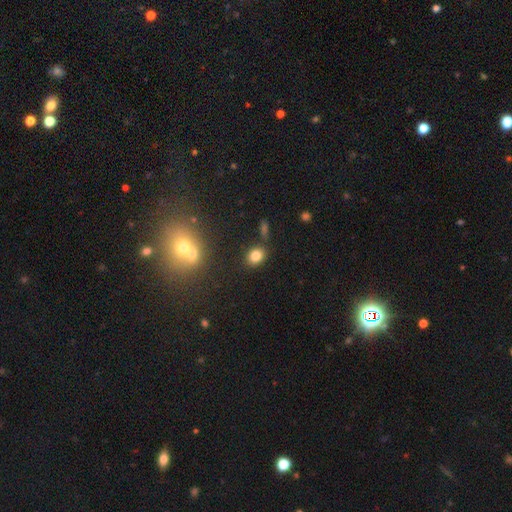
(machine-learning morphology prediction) smooth_or_featured: smooth (p=0.81) [alt: star or artifact p=0.12]
how_rounded: in between (p=0.50) [alt: round p=0.48]
merging: none (p=0.81) [alt: minor disturbance p=0.10]